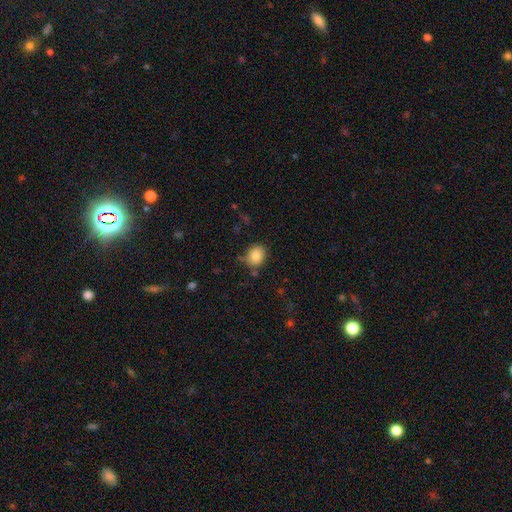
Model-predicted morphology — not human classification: type=smooth (85%); roundness=round (62%); merging=none (72%).